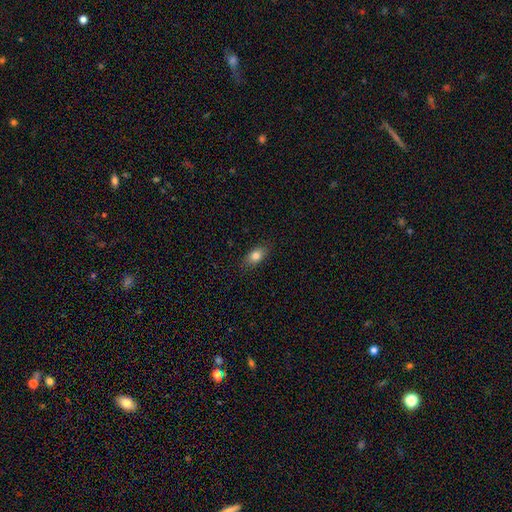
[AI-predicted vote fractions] The model was most divided on "smooth or featured": smooth: 80%, featured or disk: 11%, star or artifact: 9%. More confident: merging — none (85%); how rounded — in between (82%).